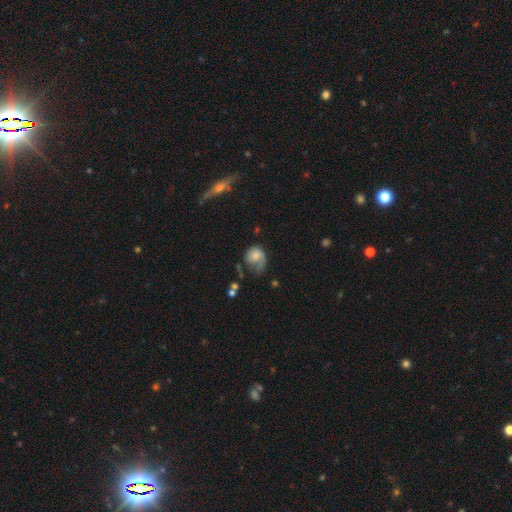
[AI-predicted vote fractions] smooth 55%, featured or disk 35%, star or artifact 9%. Down the decision tree: how rounded — round (59%); merging — major disturbance (39%).